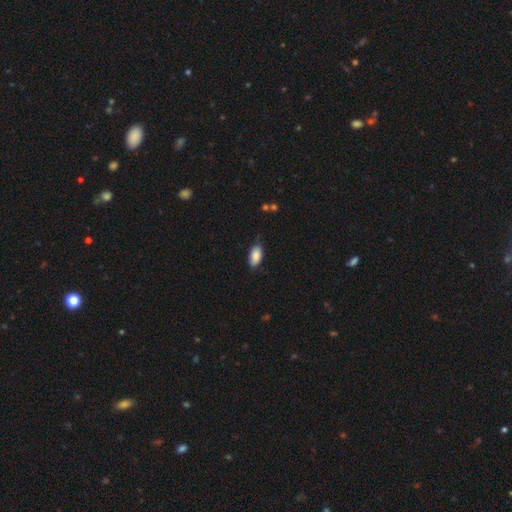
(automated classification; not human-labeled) Smooth or featured?
  - smooth: 87% *
  - star or artifact: 6%
  - featured or disk: 6%
How rounded?
  - in between: 92% *
  - cigar-shaped: 5%
  - round: 3%
Merging?
  - none: 73% *
  - minor disturbance: 22%
  - major disturbance: 3%
  - merger: 1%